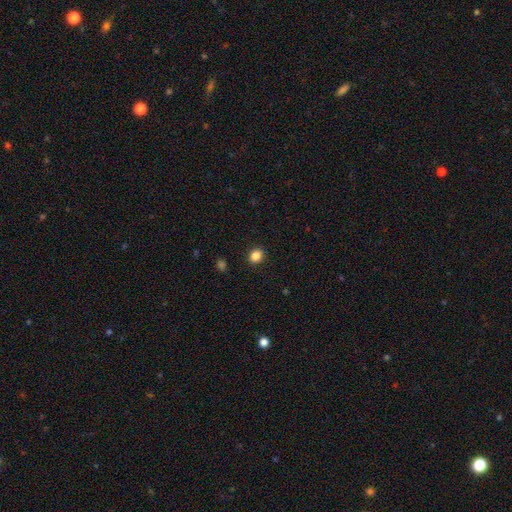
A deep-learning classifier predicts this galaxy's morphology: Smooth or featured? smooth (86%)
How rounded? round (62%)
Merging? none (91%)